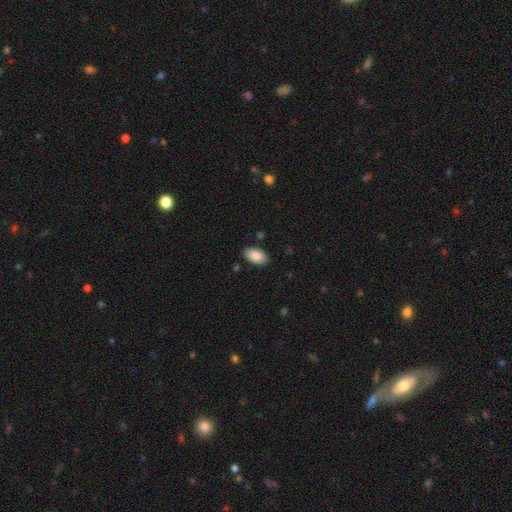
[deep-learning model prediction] A smooth galaxy with no disk features (88%) that is in between round and cigar-shaped (95%).

Vote fractions:
- Smooth or featured? smooth: 88% / star or artifact: 6% / featured or disk: 6%
- How rounded? in between: 95% / round: 3% / cigar-shaped: 1%
- Merging? none: 87% / minor disturbance: 10% / major disturbance: 2% / merger: 1%